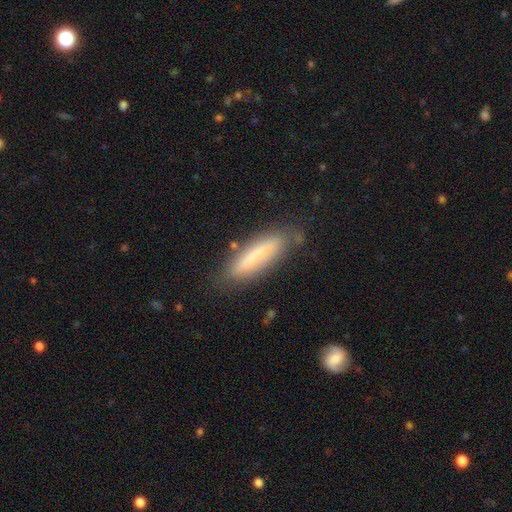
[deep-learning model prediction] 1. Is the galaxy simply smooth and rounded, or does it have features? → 71% smooth, 21% featured or disk, 7% star or artifact.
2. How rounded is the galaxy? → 74% cigar-shaped, 24% in between, 1% round.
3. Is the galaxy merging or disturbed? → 75% none, 17% minor disturbance, 4% major disturbance, 3% merger.